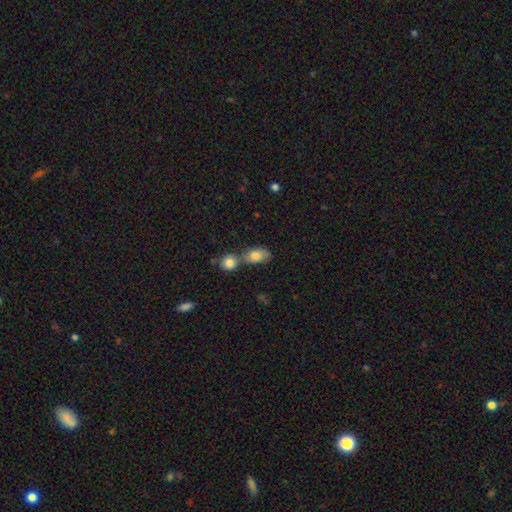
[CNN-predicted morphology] This is clearly a smooth galaxy (80%). How rounded: clearly in between (82%). Merging: possibly merger (46%).